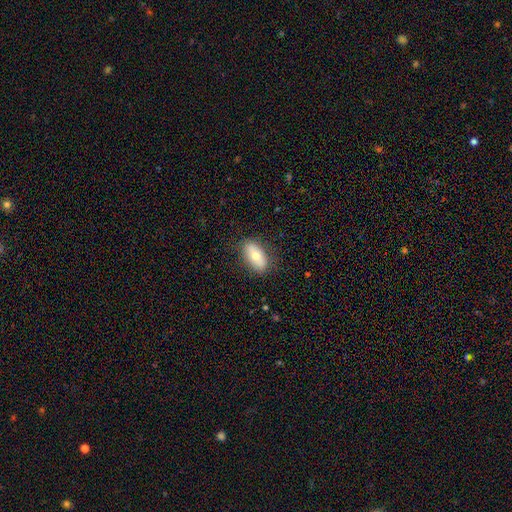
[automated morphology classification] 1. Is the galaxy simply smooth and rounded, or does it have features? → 66% smooth, 27% featured or disk, 7% star or artifact.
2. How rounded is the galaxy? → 89% in between, 6% cigar-shaped, 5% round.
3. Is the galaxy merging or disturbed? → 83% none, 12% minor disturbance, 3% major disturbance, 1% merger.